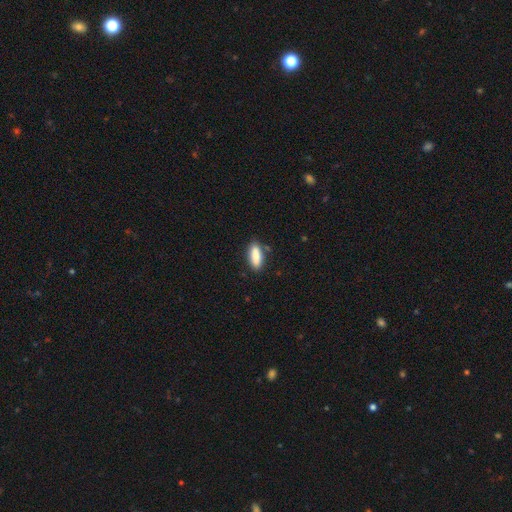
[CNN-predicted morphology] A smooth galaxy with no disk features (87%) that is in between round and cigar-shaped (69%).

Vote fractions:
- Smooth or featured? smooth: 87% / star or artifact: 7% / featured or disk: 6%
- How rounded? in between: 69% / cigar-shaped: 29% / round: 2%
- Merging? none: 81% / minor disturbance: 13% / merger: 3% / major disturbance: 3%